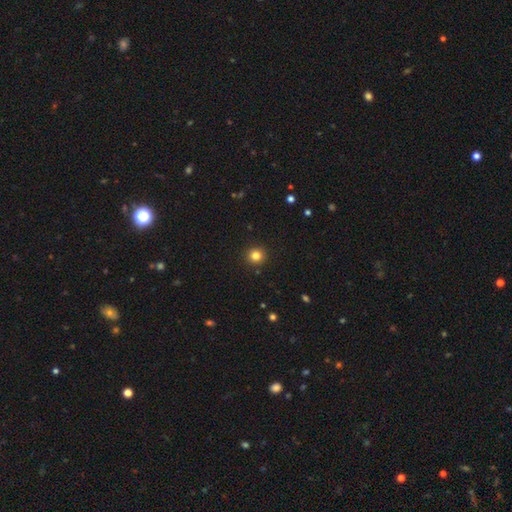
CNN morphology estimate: Smooth or featured: smooth — 82% (star or artifact — 13%)
How rounded: round — 94% (in between — 5%)
Merging: none — 93% (minor disturbance — 5%)